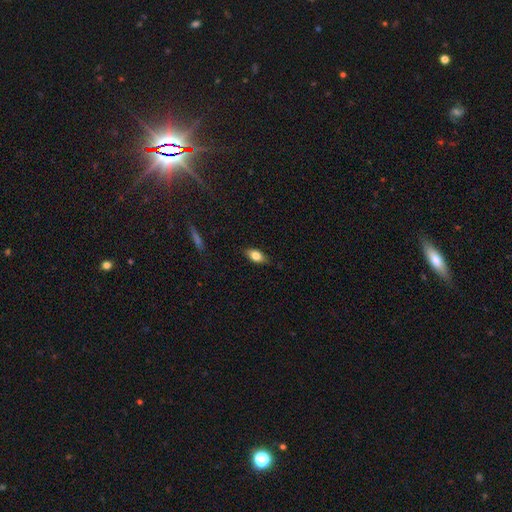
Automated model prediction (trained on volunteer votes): Smooth or featured? smooth (78%)
How rounded? in between (85%)
Merging? none (83%)